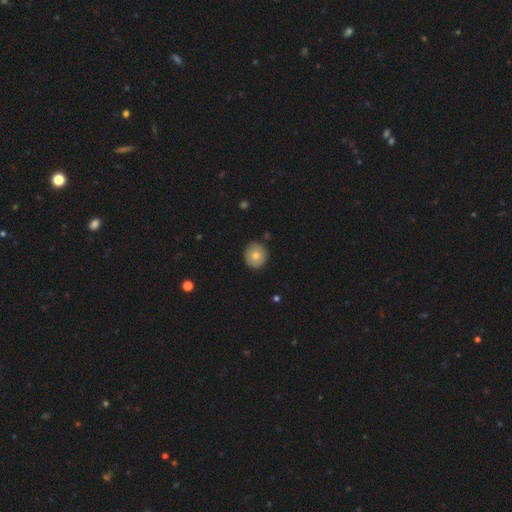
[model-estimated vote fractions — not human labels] Smooth or featured: smooth — 73% (featured or disk — 19%)
How rounded: round — 90% (in between — 9%)
Merging: none — 88% (minor disturbance — 9%)